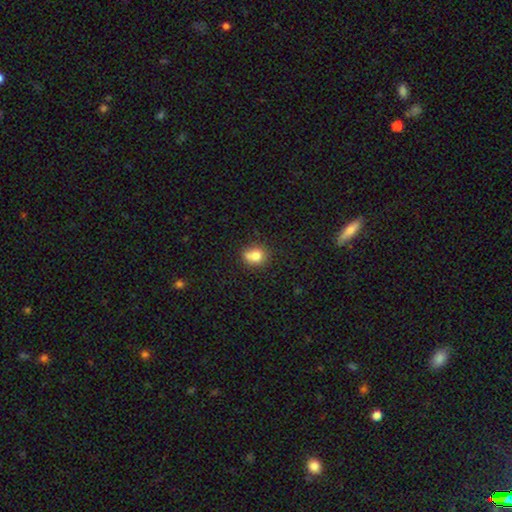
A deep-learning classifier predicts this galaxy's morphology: smooth 77%, featured or disk 12%, star or artifact 11%. Down the decision tree: how rounded — round (72%); merging — none (54%).